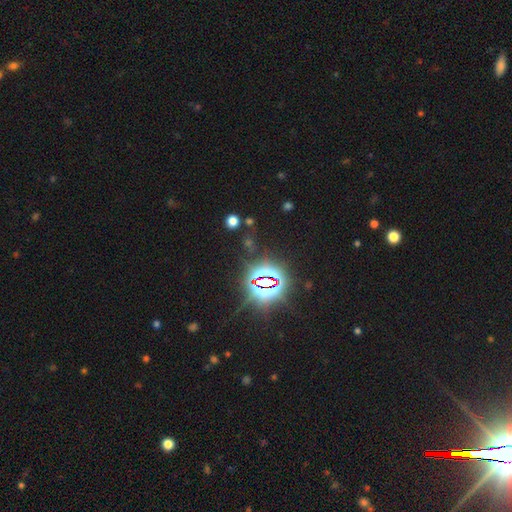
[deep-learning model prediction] Smooth or featured? Predicted: star or artifact (p=0.85).